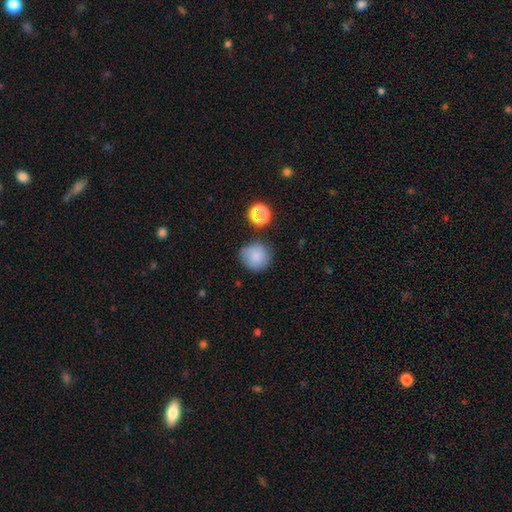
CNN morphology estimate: type=smooth (83%); roundness=round (92%); merging=none (77%).